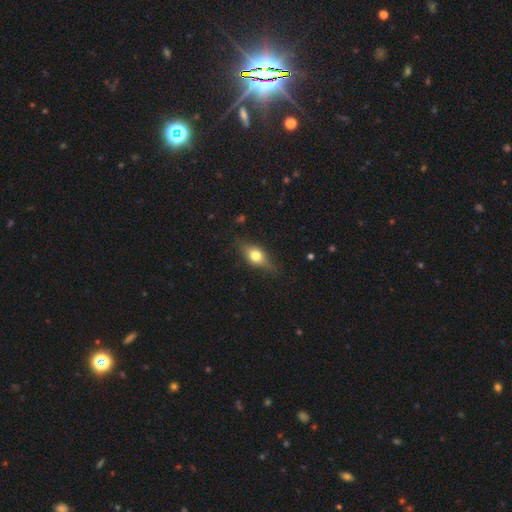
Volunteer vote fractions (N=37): smooth_or_featured: smooth (p=0.57) [alt: featured or disk p=0.38]
how_rounded: in between (p=0.62) [alt: cigar-shaped p=0.29]
merging: none (p=0.89) [alt: minor disturbance p=0.09]